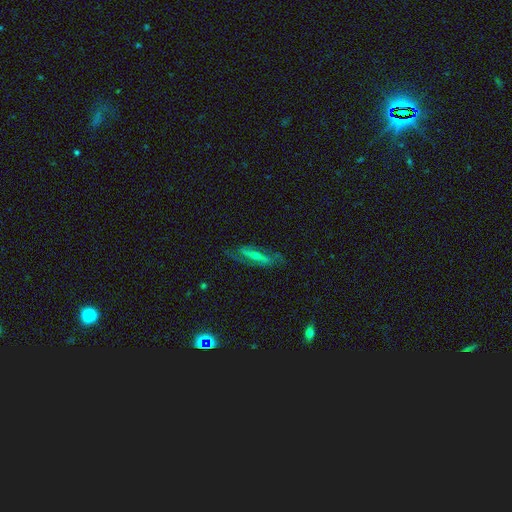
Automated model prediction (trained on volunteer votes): featured or disk 71%, smooth 19%, star or artifact 10%. Down the decision tree: edge-on disk — no (73%); bar — strong (43%); spiral arms — yes (82%); bulge size — small (59%); merging — none (70%).